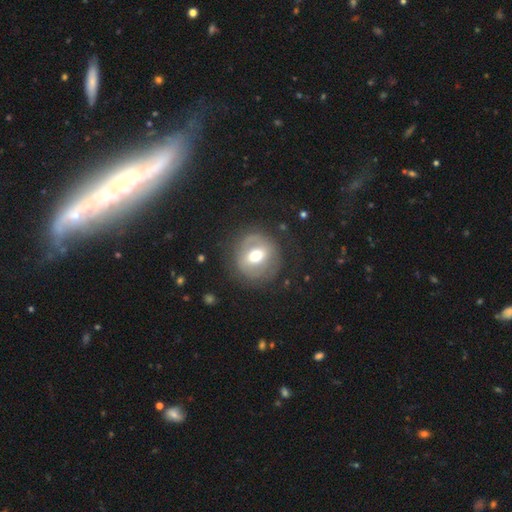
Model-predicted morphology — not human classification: smooth-or-featured: featured or disk: 47% | smooth: 45% | star or artifact: 8%
  merging: none: 75% | minor disturbance: 14% | major disturbance: 9% | merger: 2%